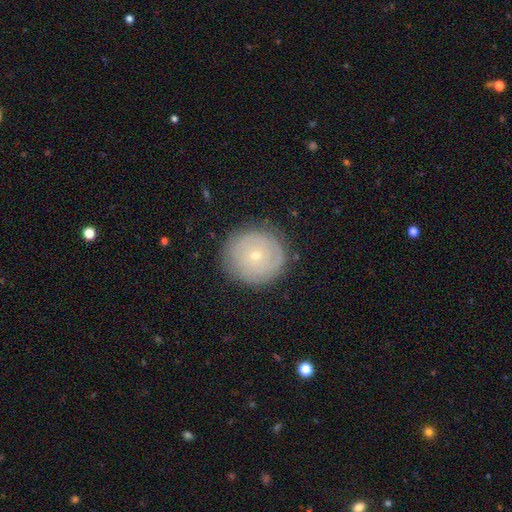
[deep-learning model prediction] smooth-or-featured: featured or disk: 51% | smooth: 40% | star or artifact: 9%
  disk-edge-on: no: 96% | yes: 4%
  merging: none: 85% | minor disturbance: 10% | major disturbance: 3% | merger: 1%